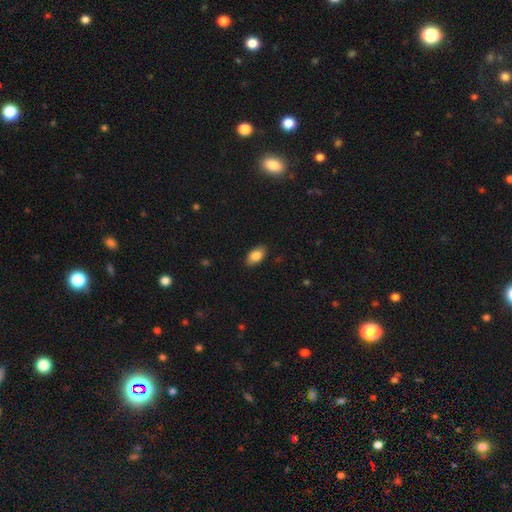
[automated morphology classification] Smooth or featured: smooth — 86% (star or artifact — 7%)
How rounded: in between — 93% (round — 5%)
Merging: none — 88% (minor disturbance — 9%)